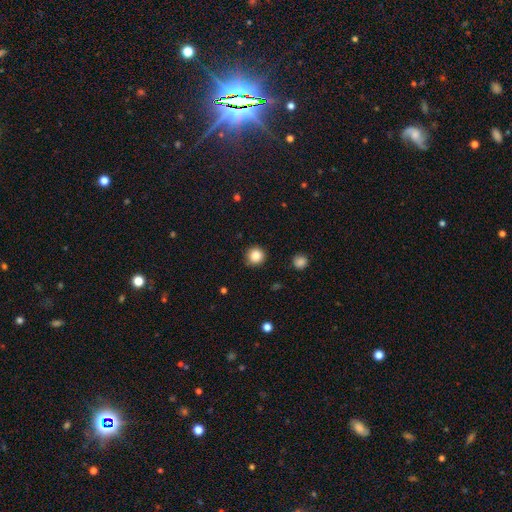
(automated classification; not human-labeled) Q: Smooth or featured?
A: smooth (86%); runner-up: star or artifact (11%)
Q: How rounded?
A: round (95%); runner-up: in between (4%)
Q: Merging?
A: none (89%); runner-up: minor disturbance (7%)